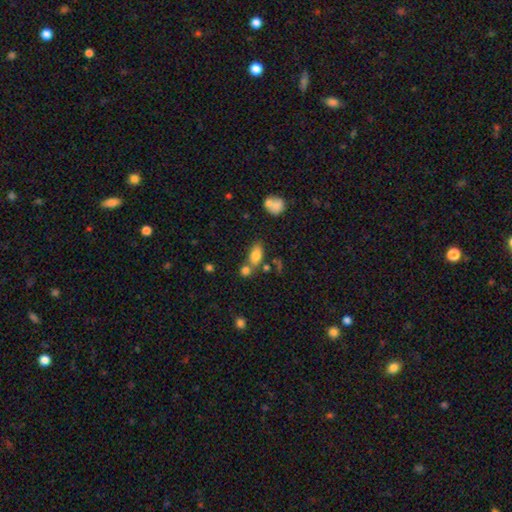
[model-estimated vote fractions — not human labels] Morphology: type=smooth (79%); roundness=in between (84%); merging=none (51%).